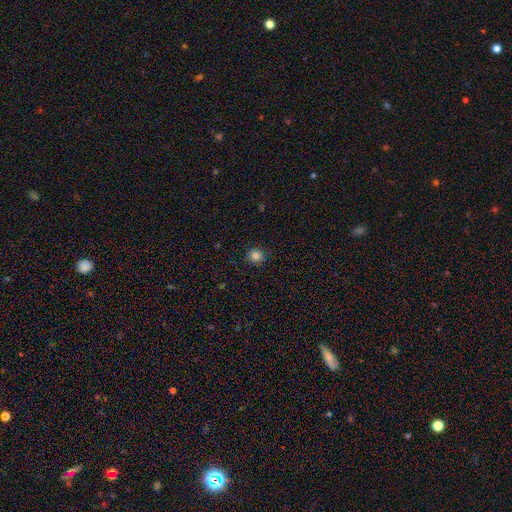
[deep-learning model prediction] smooth-or-featured: smooth: 84% | star or artifact: 12% | featured or disk: 4%
  how-rounded: round: 87% | in between: 12% | cigar-shaped: 1%
  merging: none: 89% | minor disturbance: 8% | major disturbance: 2% | merger: 1%